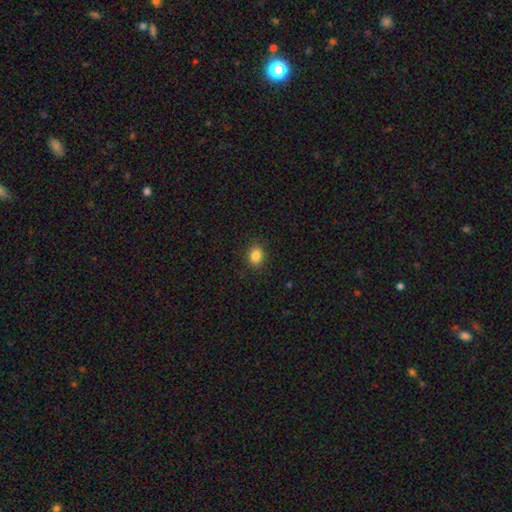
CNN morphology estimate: Overall: smooth (85%). How rounded: round (57%; in between 42%). Merging: none (88%).